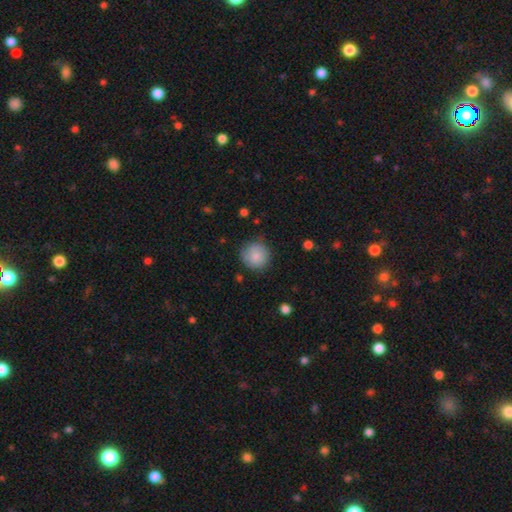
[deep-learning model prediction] A smooth galaxy with no disk features (84%) that is round (93%). Merging: none (80%).